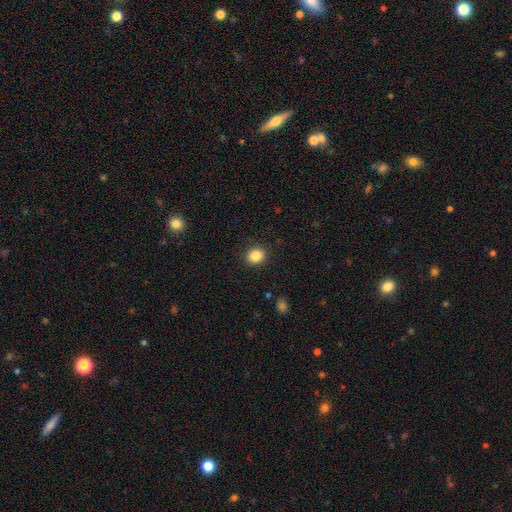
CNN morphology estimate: Smooth or featured: smooth — 86% (star or artifact — 10%)
How rounded: round — 76% (in between — 23%)
Merging: none — 90% (minor disturbance — 7%)